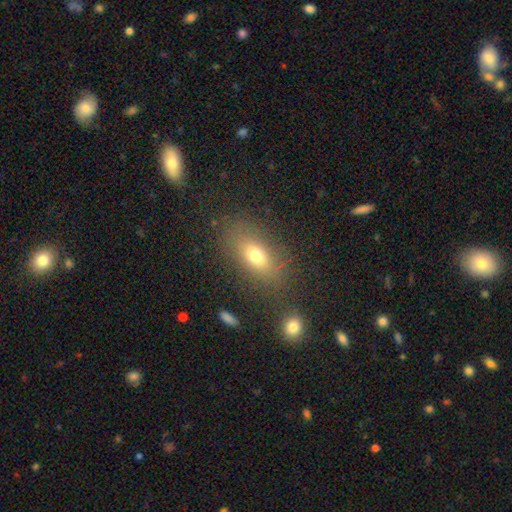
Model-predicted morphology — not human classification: type=smooth (72%); roundness=in between (81%); merging=none (78%).